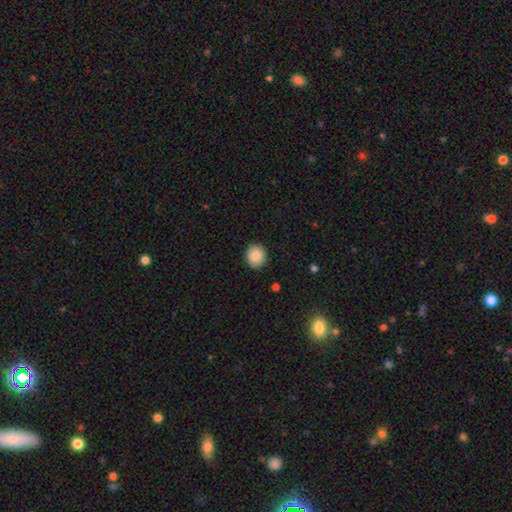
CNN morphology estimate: Smooth or featured?
  - smooth: 85% *
  - star or artifact: 8%
  - featured or disk: 6%
How rounded?
  - round: 78% *
  - in between: 21%
  - cigar-shaped: 1%
Merging?
  - none: 91% *
  - minor disturbance: 6%
  - major disturbance: 2%
  - merger: 1%